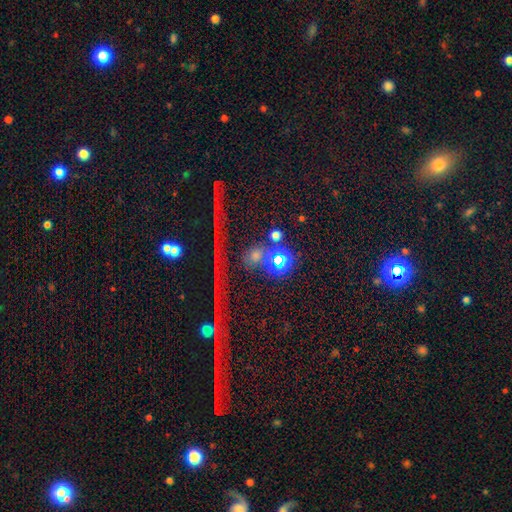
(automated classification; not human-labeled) Morphology: type=star or artifact (52%).